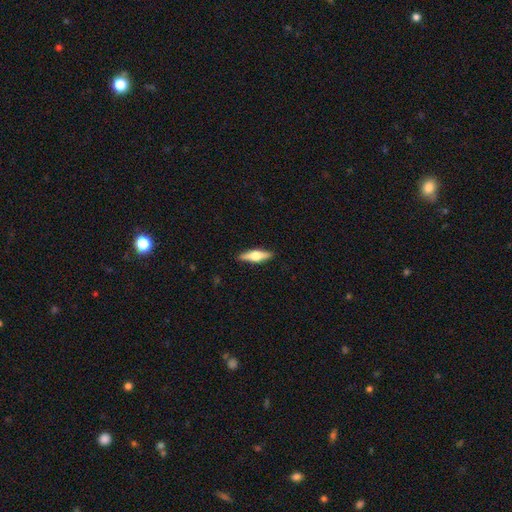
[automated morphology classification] Smooth or featured?
  - featured or disk: 61% *
  - smooth: 34%
  - star or artifact: 5%
Edge-on disk?
  - yes: 96% *
  - no: 4%
Edge-on bulge?
  - rounded: 95% *
  - boxy: 4%
  - none: 2%
Merging?
  - none: 90% *
  - minor disturbance: 7%
  - major disturbance: 2%
  - merger: 1%